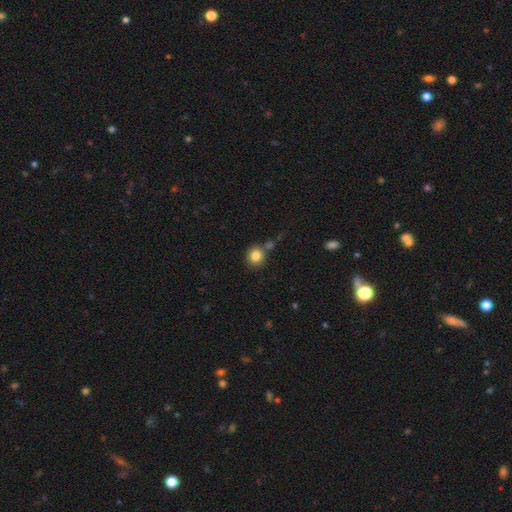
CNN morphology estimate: Smooth or featured: smooth — 84% (star or artifact — 10%)
How rounded: round — 81% (in between — 18%)
Merging: none — 73% (merger — 13%)